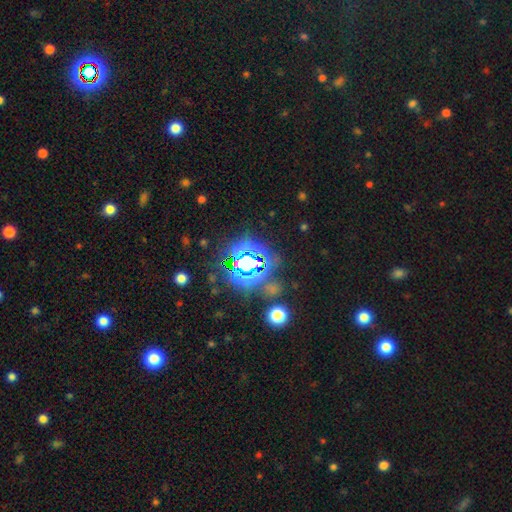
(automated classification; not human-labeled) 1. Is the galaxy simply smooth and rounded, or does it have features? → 82% star or artifact, 11% smooth, 7% featured or disk.